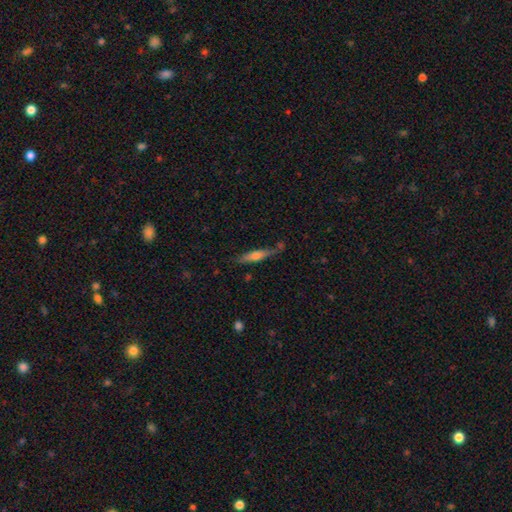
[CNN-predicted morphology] The model was most divided on "smooth or featured": smooth: 49%, featured or disk: 44%, star or artifact: 7%. More confident: merging — none (73%).